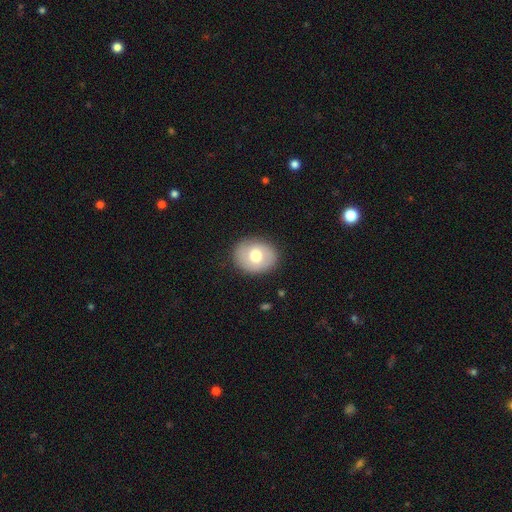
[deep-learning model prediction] Smooth or featured?
  - smooth: 65% *
  - featured or disk: 28%
  - star or artifact: 7%
How rounded?
  - round: 52% *
  - in between: 47%
  - cigar-shaped: 1%
Merging?
  - none: 85% *
  - minor disturbance: 10%
  - major disturbance: 3%
  - merger: 1%